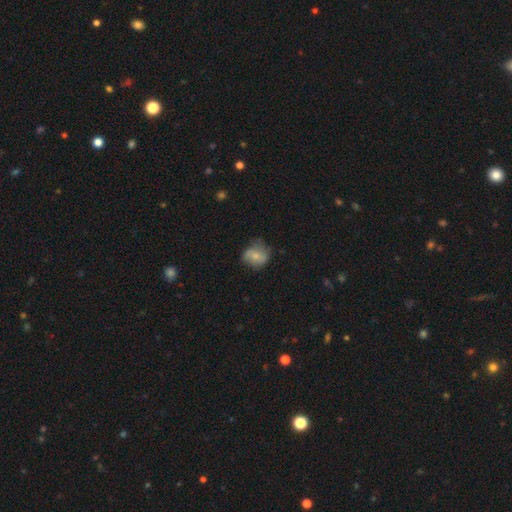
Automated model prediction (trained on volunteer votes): A smooth galaxy with no disk features (66%) that is round (62%). Merging: none (58%).